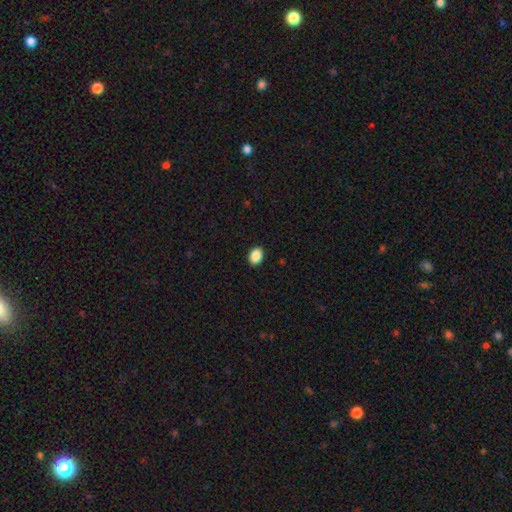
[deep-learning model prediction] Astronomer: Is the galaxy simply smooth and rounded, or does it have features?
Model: smooth — 89%.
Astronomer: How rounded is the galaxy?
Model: in between — 71%.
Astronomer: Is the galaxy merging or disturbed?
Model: none — 91%.